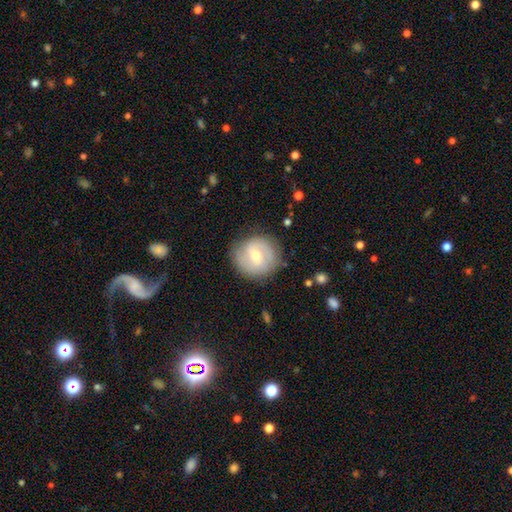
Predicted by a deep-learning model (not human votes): featured or disk 52%, smooth 41%, star or artifact 7%. Down the decision tree: edge-on disk — no (96%); bar — weak (55%); spiral arms — yes (66%); bulge size — moderate (63%); merging — none (82%).